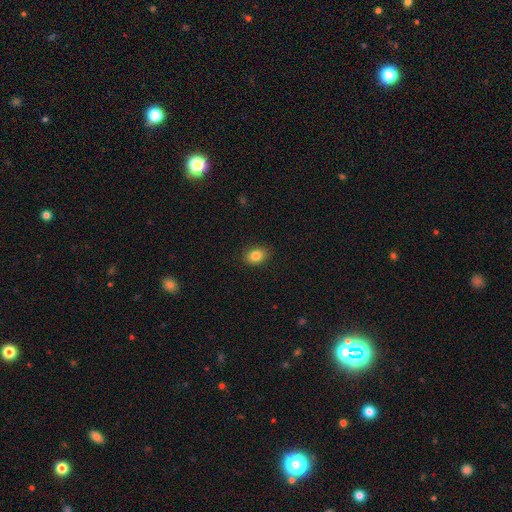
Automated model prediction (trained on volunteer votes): smooth 84%, star or artifact 10%, featured or disk 6%. Down the decision tree: how rounded — in between (59%); merging — none (88%).